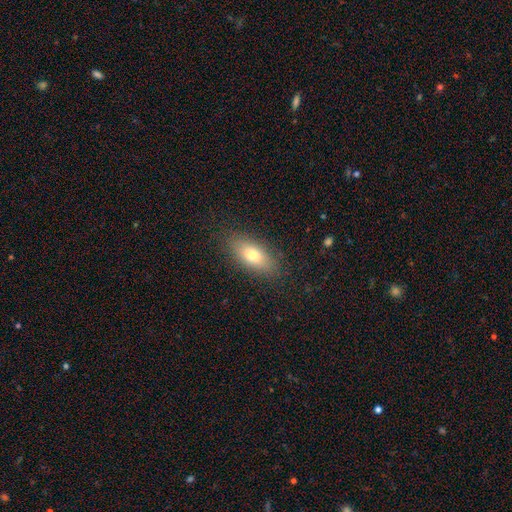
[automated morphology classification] smooth-or-featured: smooth: 72% | featured or disk: 19% | star or artifact: 9%
  how-rounded: in between: 79% | cigar-shaped: 15% | round: 5%
  merging: none: 86% | minor disturbance: 10% | major disturbance: 3% | merger: 1%